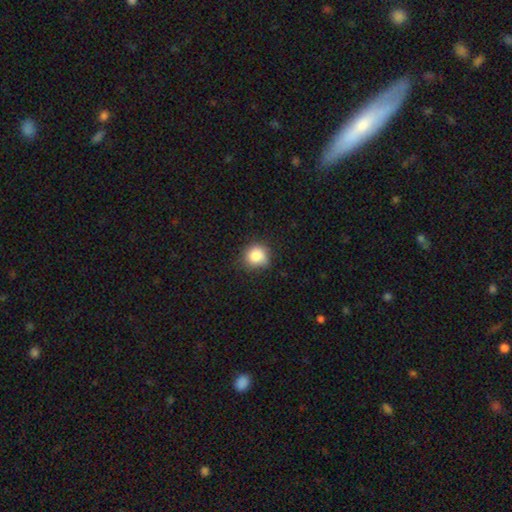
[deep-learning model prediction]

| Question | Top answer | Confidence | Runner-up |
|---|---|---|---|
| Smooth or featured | smooth | 83% | star or artifact (11%) |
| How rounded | round | 87% | in between (12%) |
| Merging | none | 72% | minor disturbance (23%) |